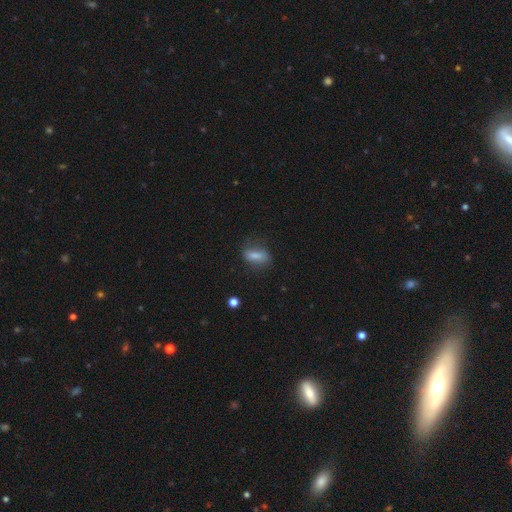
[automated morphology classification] The model was most divided on "how rounded": in between: 66%, cigar-shaped: 27%, round: 7%. More confident: smooth or featured — smooth (73%); merging — none (64%).